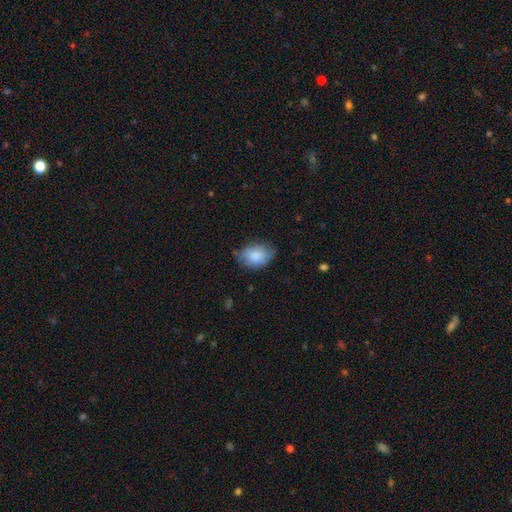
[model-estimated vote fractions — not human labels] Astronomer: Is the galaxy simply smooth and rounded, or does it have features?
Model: smooth — 81%.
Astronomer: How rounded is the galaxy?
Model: in between — 72%.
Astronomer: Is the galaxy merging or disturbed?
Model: none — 61%.